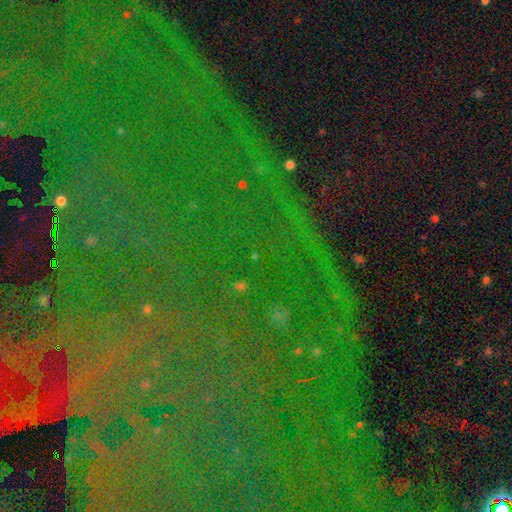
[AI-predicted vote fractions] Q: Smooth or featured?
A: star or artifact (83%); runner-up: featured or disk (9%)